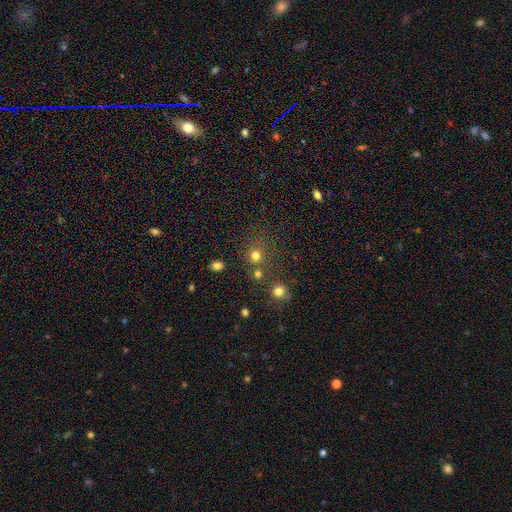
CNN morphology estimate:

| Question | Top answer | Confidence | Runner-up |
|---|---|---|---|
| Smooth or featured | smooth | 75% | star or artifact (18%) |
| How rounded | round | 89% | in between (10%) |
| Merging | none | 73% | merger (15%) |